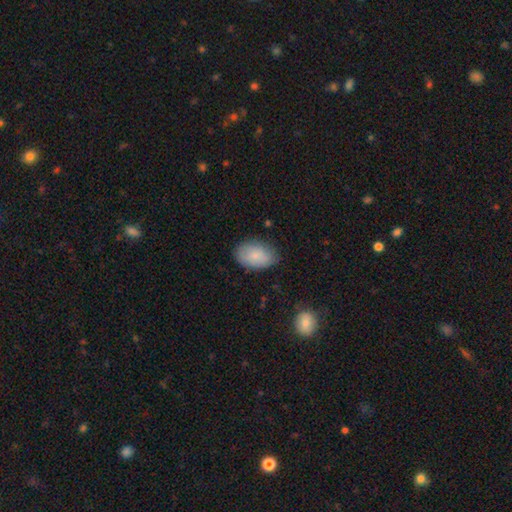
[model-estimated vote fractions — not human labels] smooth_or_featured: smooth (p=0.82) [alt: featured or disk p=0.11]
how_rounded: in between (p=0.89) [alt: round p=0.09]
merging: none (p=0.78) [alt: minor disturbance p=0.17]